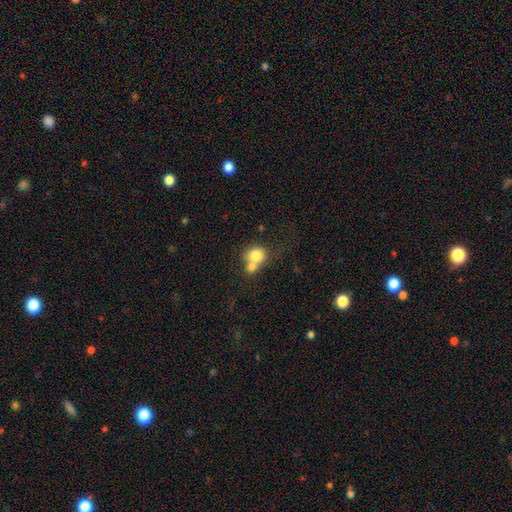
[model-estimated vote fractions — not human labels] smooth-or-featured: smooth: 77% | featured or disk: 14% | star or artifact: 9%
  how-rounded: round: 74% | in between: 25% | cigar-shaped: 1%
  merging: merger: 59% | none: 29% | minor disturbance: 8% | major disturbance: 4%